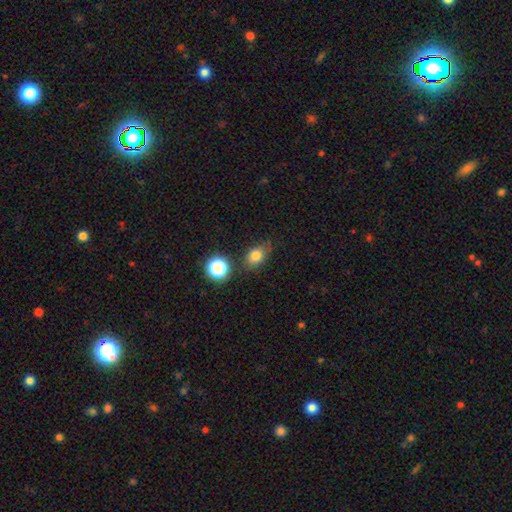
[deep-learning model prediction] smooth_or_featured: smooth (p=0.79) [alt: star or artifact p=0.12]
how_rounded: in between (p=0.66) [alt: round p=0.32]
merging: none (p=0.69) [alt: minor disturbance p=0.19]